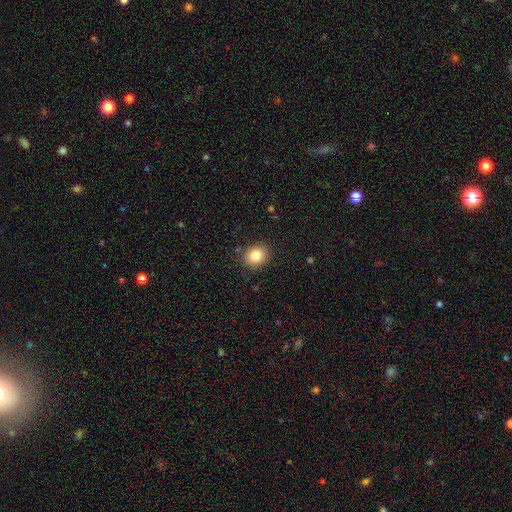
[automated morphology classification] smooth 83%, star or artifact 10%, featured or disk 7%. Down the decision tree: how rounded — round (59%); merging — none (87%).